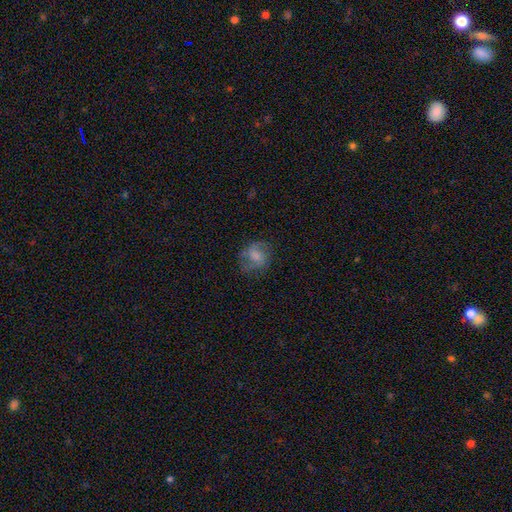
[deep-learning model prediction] featured or disk 47%, smooth 43%, star or artifact 10%. Down the decision tree: merging — none (65%).